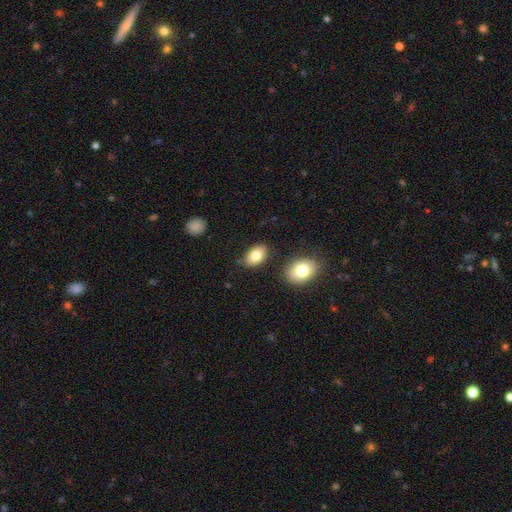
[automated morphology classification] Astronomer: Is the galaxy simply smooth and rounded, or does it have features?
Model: smooth — 81%.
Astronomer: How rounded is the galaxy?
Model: in between — 90%.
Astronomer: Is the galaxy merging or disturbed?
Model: none — 79%.